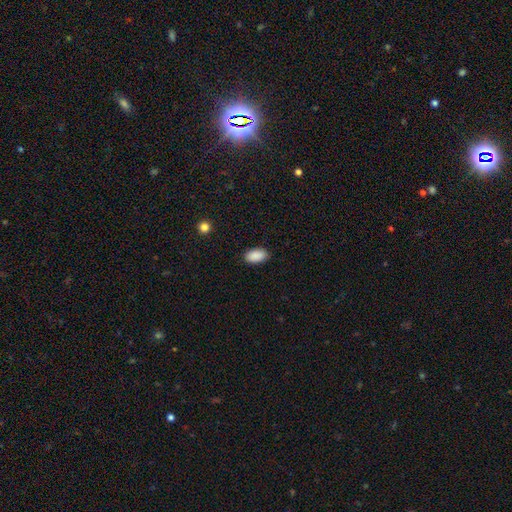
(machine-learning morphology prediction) smooth_or_featured: smooth (p=0.90) [alt: star or artifact p=0.07]
how_rounded: in between (p=0.94) [alt: round p=0.04]
merging: none (p=0.88) [alt: minor disturbance p=0.09]